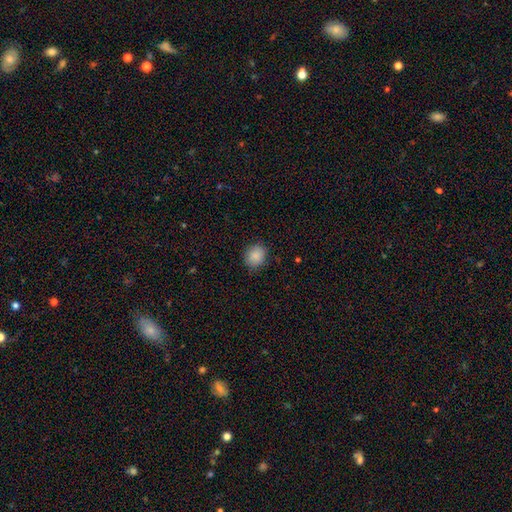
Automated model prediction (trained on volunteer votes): This is clearly a smooth galaxy (88%). How rounded: likely round (73%). Merging: clearly none (85%).